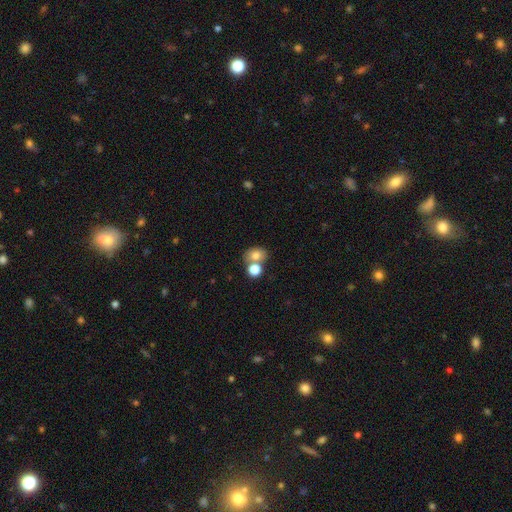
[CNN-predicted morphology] Smooth or featured?
  - smooth: 76% *
  - featured or disk: 12%
  - star or artifact: 12%
How rounded?
  - round: 51% *
  - in between: 48%
  - cigar-shaped: 1%
Merging?
  - none: 47% *
  - merger: 40%
  - minor disturbance: 10%
  - major disturbance: 4%